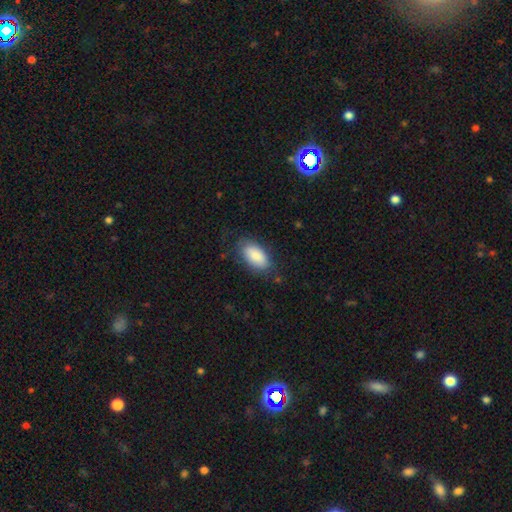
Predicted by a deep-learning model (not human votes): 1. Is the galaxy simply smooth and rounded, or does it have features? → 86% smooth, 8% featured or disk, 6% star or artifact.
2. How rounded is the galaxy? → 94% in between, 3% cigar-shaped, 3% round.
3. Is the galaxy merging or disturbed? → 74% none, 18% minor disturbance, 6% major disturbance, 1% merger.